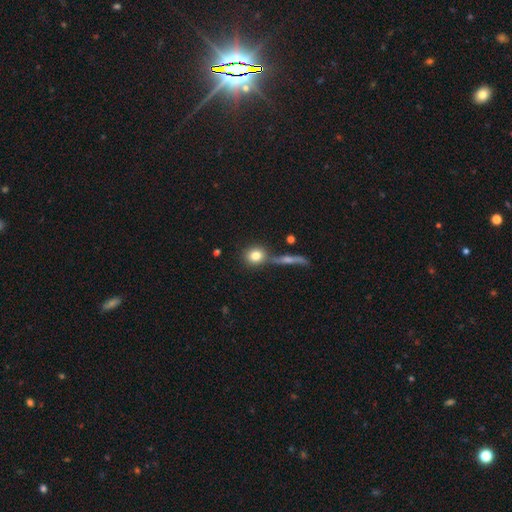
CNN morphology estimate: Overall: smooth (80%). How rounded: round (80%). Merging: none (65%).